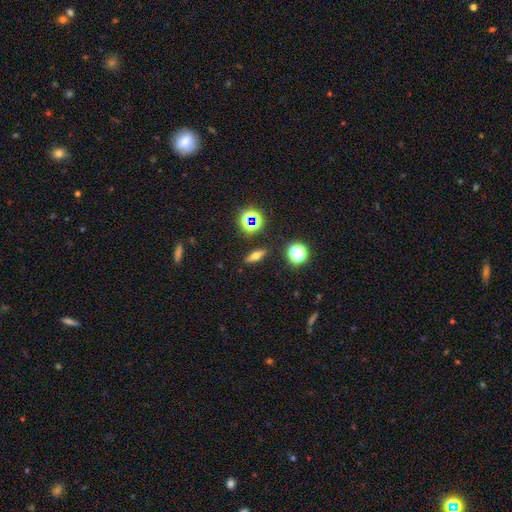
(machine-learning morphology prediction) This appears to be a smooth galaxy with no disk features (49%). Merging: none (88%).